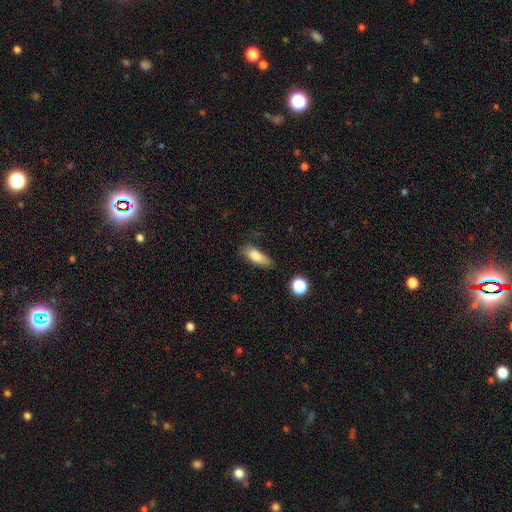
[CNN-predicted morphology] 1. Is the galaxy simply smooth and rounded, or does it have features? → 79% smooth, 12% featured or disk, 9% star or artifact.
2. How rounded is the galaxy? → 70% in between, 25% cigar-shaped, 5% round.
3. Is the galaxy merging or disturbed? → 57% none, 30% minor disturbance, 10% major disturbance, 3% merger.